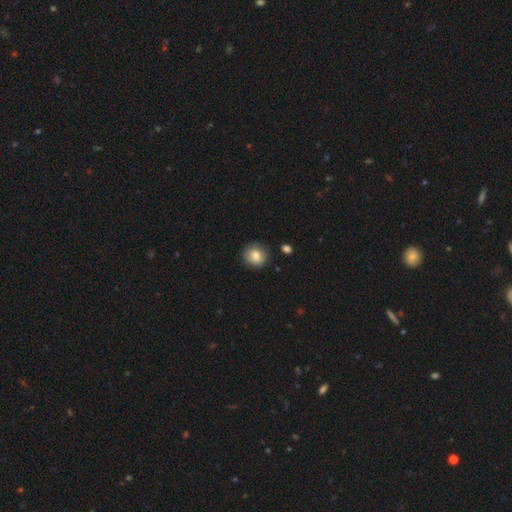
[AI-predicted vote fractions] A smooth galaxy with no disk features (81%) that is round (89%).

Vote fractions:
- Smooth or featured? smooth: 81% / featured or disk: 11% / star or artifact: 9%
- How rounded? round: 89% / in between: 10% / cigar-shaped: 1%
- Merging? none: 86% / minor disturbance: 10% / major disturbance: 2% / merger: 2%